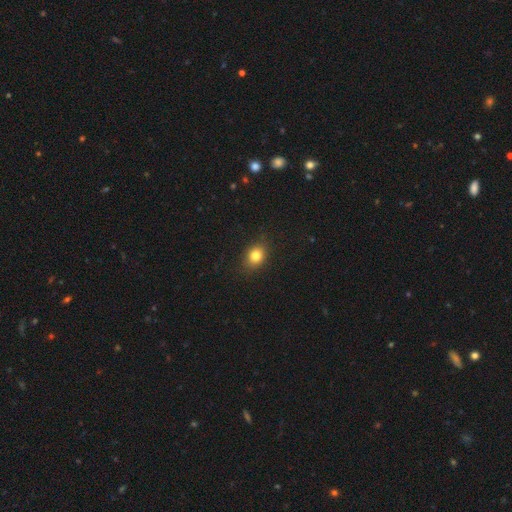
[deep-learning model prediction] Smooth or featured? smooth (81%)
How rounded? in between (52%)
Merging? none (85%)